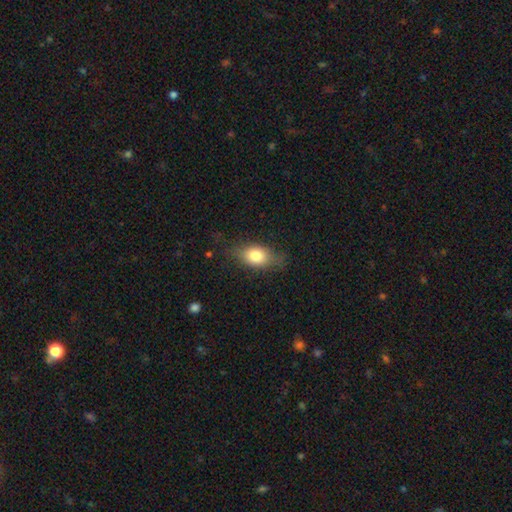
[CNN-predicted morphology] A smooth galaxy with no disk features (76%) that is in between round and cigar-shaped (78%). Merging: none (70%).